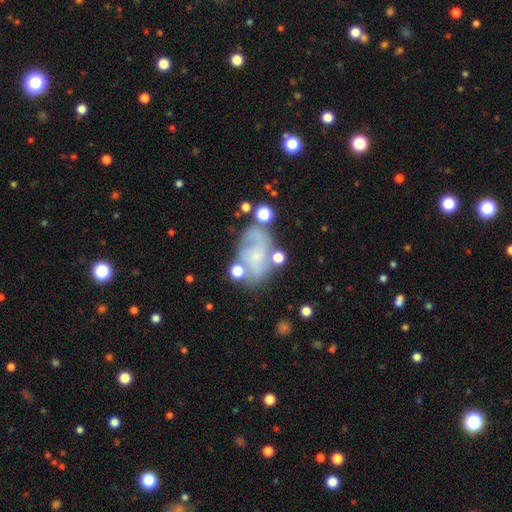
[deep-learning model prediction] Smooth or featured: featured or disk — 57% (smooth — 30%)
Edge-on disk: no — 96% (yes — 4%)
Bar: no — 70% (weak — 23%)
Spiral arms: yes — 72% (no — 28%)
Bulge size: small — 48% (none — 38%)
Merging: none — 49% (minor disturbance — 23%)